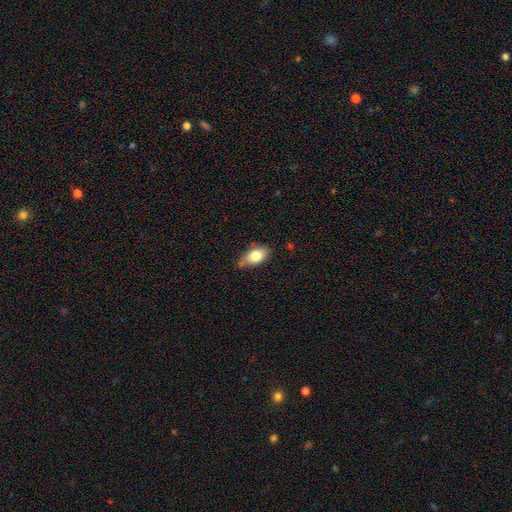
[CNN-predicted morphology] Overall: smooth (80%). How rounded: in between (88%). Merging: none (65%; minor disturbance 26%).